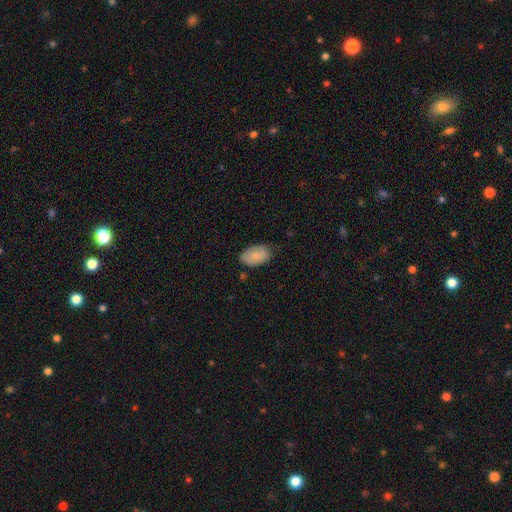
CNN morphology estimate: Smooth or featured? smooth (84%)
How rounded? in between (92%)
Merging? none (72%)